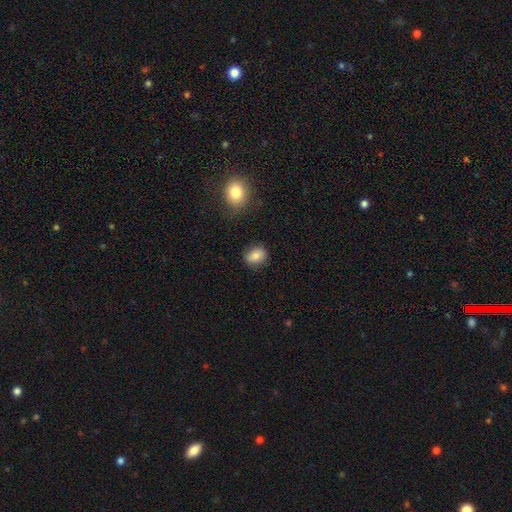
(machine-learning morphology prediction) Smooth or featured? smooth (83%)
How rounded? in between (58%)
Merging? none (84%)